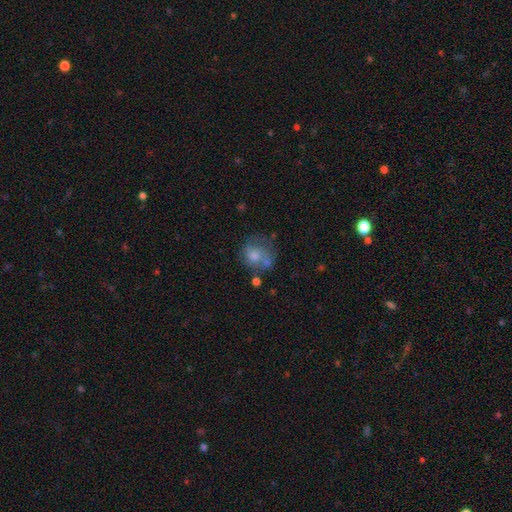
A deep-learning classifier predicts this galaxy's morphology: Smooth or featured: smooth — 51% (featured or disk — 39%)
How rounded: round — 70% (in between — 29%)
Merging: none — 45% (minor disturbance — 23%)